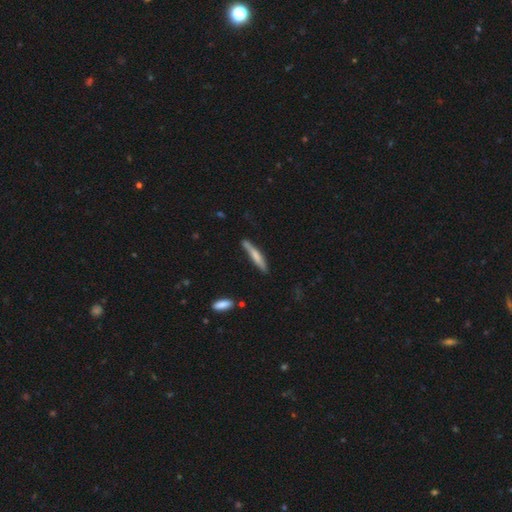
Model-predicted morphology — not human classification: type=smooth (64%); roundness=cigar-shaped (93%); merging=none (79%).